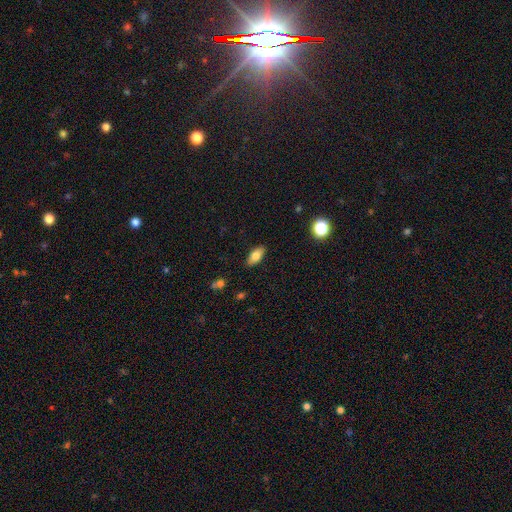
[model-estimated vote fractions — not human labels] smooth-or-featured: smooth: 74% | featured or disk: 18% | star or artifact: 8%
  how-rounded: in between: 85% | cigar-shaped: 11% | round: 4%
  merging: none: 87% | minor disturbance: 9% | major disturbance: 2% | merger: 1%